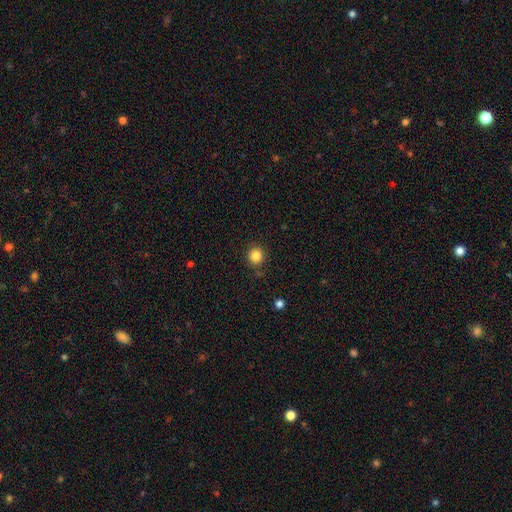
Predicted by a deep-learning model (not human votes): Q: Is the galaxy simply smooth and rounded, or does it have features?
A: smooth — 85%.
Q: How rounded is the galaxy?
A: round — 91%.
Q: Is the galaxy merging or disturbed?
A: none — 87%.